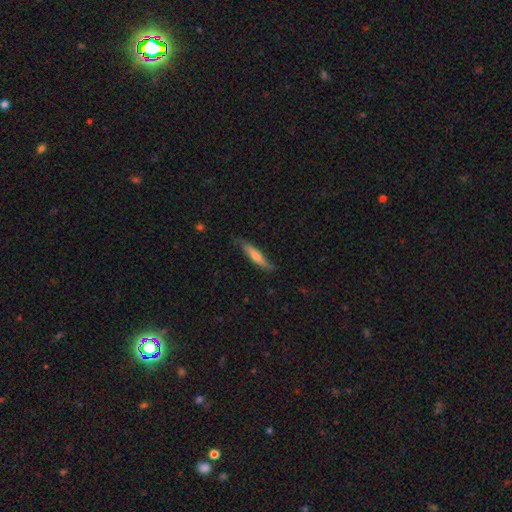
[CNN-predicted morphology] This appears to be a smooth galaxy with no disk features (63%) that is cigar-shaped (87%). Merging: none (73%).